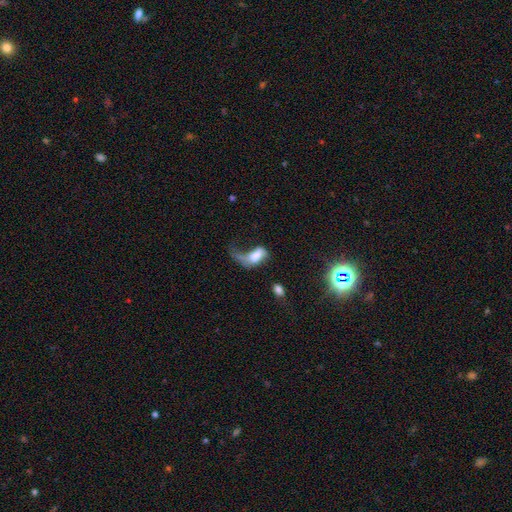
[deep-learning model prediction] A smooth galaxy with no disk features (51%) that is in between round and cigar-shaped (84%).

Vote fractions:
- Smooth or featured? smooth: 51% / featured or disk: 39% / star or artifact: 10%
- How rounded? in between: 84% / round: 9% / cigar-shaped: 7%
- Merging? major disturbance: 60% / none: 16% / minor disturbance: 14% / merger: 10%